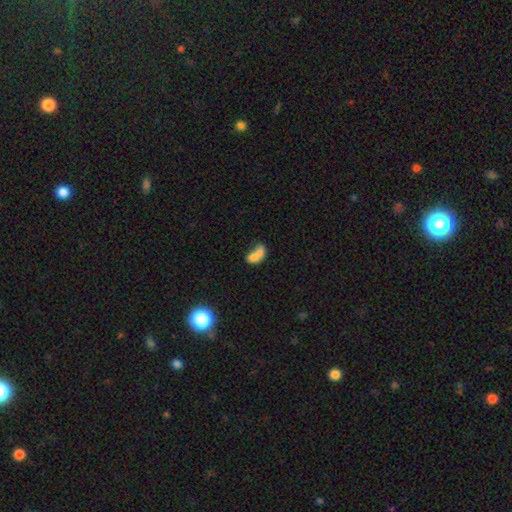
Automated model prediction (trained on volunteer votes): smooth-or-featured: smooth: 68% | featured or disk: 22% | star or artifact: 11%
  how-rounded: in between: 74% | round: 23% | cigar-shaped: 4%
  merging: merger: 70% | none: 16% | minor disturbance: 7% | major disturbance: 7%